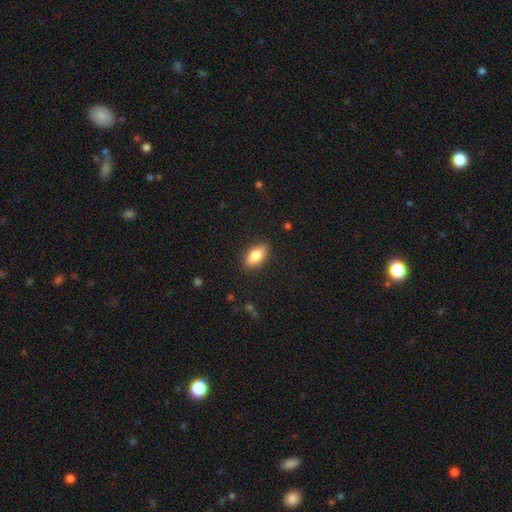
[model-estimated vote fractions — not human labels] smooth-or-featured: smooth: 81% | featured or disk: 12% | star or artifact: 7%
  how-rounded: in between: 88% | cigar-shaped: 9% | round: 4%
  merging: none: 88% | minor disturbance: 9% | major disturbance: 2% | merger: 1%